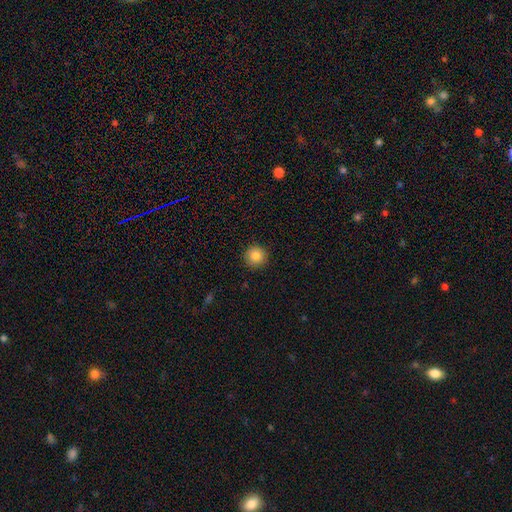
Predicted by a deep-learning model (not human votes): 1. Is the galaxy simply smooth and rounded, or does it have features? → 84% smooth, 10% star or artifact, 6% featured or disk.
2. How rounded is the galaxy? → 95% round, 4% in between, 1% cigar-shaped.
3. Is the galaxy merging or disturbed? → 91% none, 6% minor disturbance, 2% major disturbance, 1% merger.